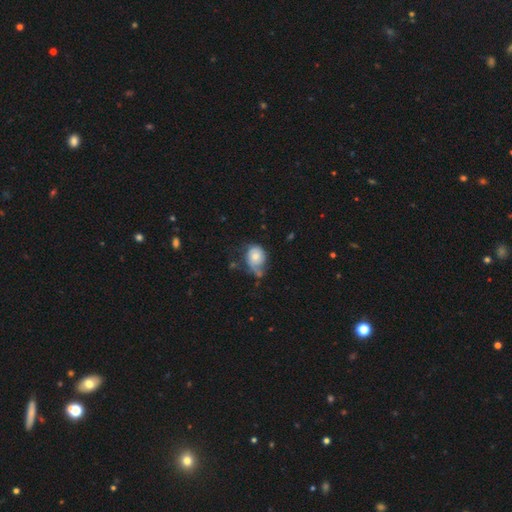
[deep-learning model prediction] smooth-or-featured: smooth: 57% | featured or disk: 35% | star or artifact: 8%
  how-rounded: in between: 56% | round: 43% | cigar-shaped: 1%
  merging: minor disturbance: 35% | none: 32% | major disturbance: 23% | merger: 9%